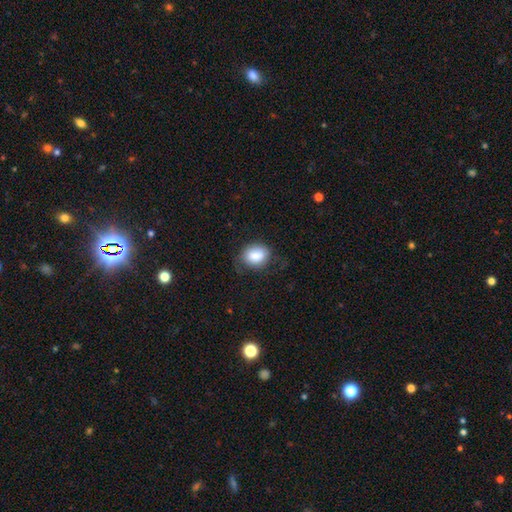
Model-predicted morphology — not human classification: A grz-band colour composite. It shows a smooth galaxy with no disk features (83%) that is round (52%). Merging: none (67%).